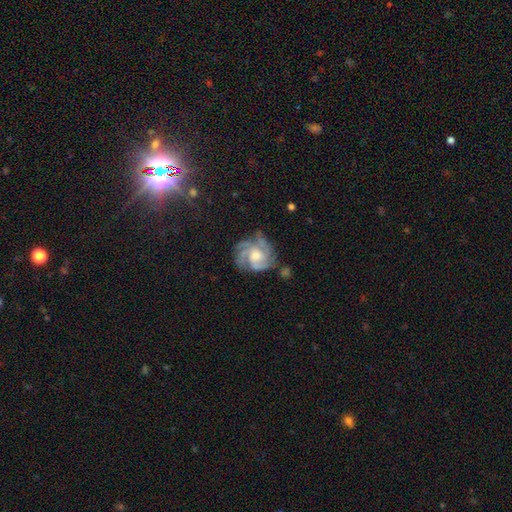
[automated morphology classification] Q: Smooth or featured?
A: featured or disk (84%); runner-up: smooth (10%)
Q: Edge-on disk?
A: no (98%); runner-up: yes (2%)
Q: Bar?
A: no (71%); runner-up: weak (24%)
Q: Spiral arms?
A: yes (96%); runner-up: no (4%)
Q: Spiral winding?
A: tight (54%); runner-up: medium (38%)
Q: Spiral arm count?
A: 4 (30%); tied with: 3 (30%)
Q: Bulge size?
A: moderate (62%); runner-up: small (22%)
Q: Merging?
A: none (69%); runner-up: minor disturbance (20%)